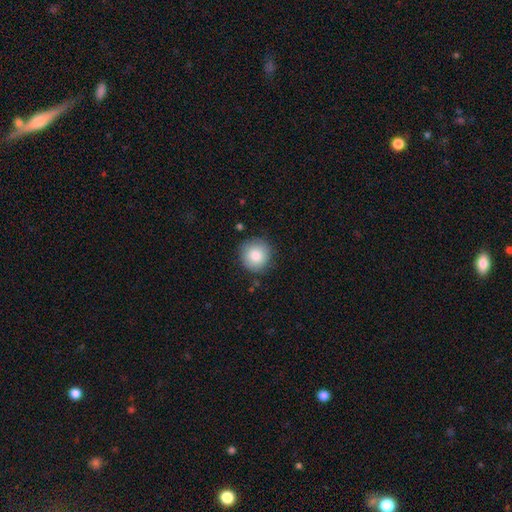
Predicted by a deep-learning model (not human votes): Overall: smooth (85%). How rounded: round (93%). Merging: none (86%).